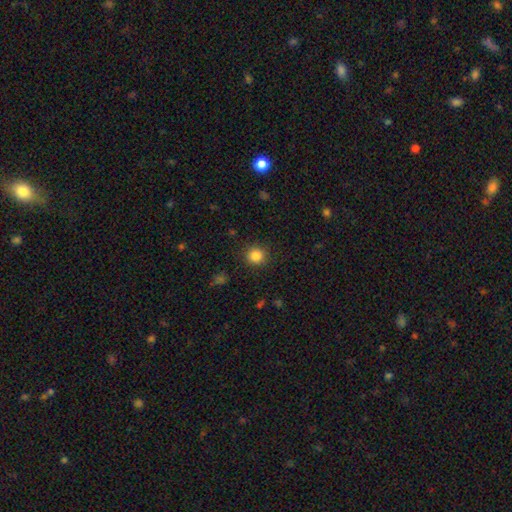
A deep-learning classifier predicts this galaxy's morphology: A smooth galaxy with no disk features (84%) that is round (91%).

Vote fractions:
- Smooth or featured? smooth: 84% / star or artifact: 11% / featured or disk: 4%
- How rounded? round: 91% / in between: 8% / cigar-shaped: 1%
- Merging? none: 90% / minor disturbance: 7% / major disturbance: 3% / merger: 1%